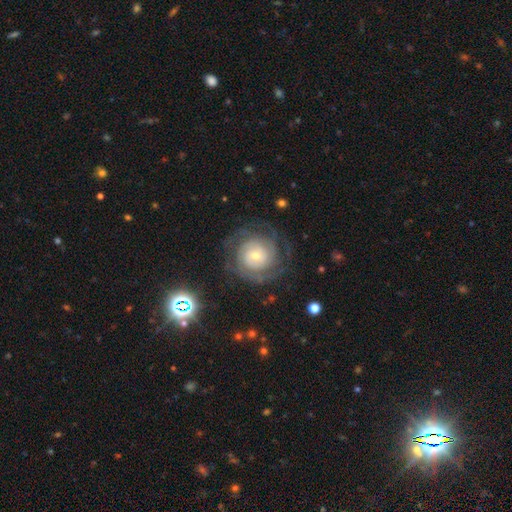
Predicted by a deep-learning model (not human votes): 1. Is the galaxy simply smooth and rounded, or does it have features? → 79% featured or disk, 14% smooth, 7% star or artifact.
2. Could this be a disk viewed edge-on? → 97% no, 3% yes.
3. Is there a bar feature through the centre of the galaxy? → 74% no, 21% weak, 5% strong.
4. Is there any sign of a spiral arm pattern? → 91% yes, 9% no.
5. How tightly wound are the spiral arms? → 74% tight, 19% medium, 7% loose.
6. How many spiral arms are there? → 41% can't tell, 21% 2, 15% 3, 10% 4, 7% more than 4, 6% 1.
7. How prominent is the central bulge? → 52% small, 39% moderate, 6% large, 1% dominant, 1% none.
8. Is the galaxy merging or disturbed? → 75% none, 13% minor disturbance, 11% major disturbance, 1% merger.